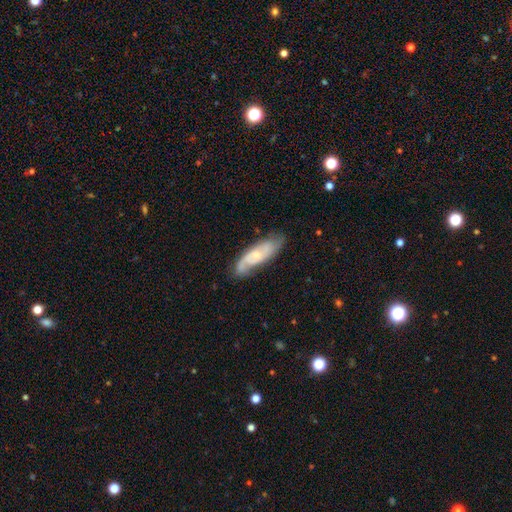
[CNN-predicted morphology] A featured or disk galaxy (69%) with no bar (64%), 2 (65%) medium (44%) spiral arms (92%) and a small central bulge (62%). Merging: none (71%).